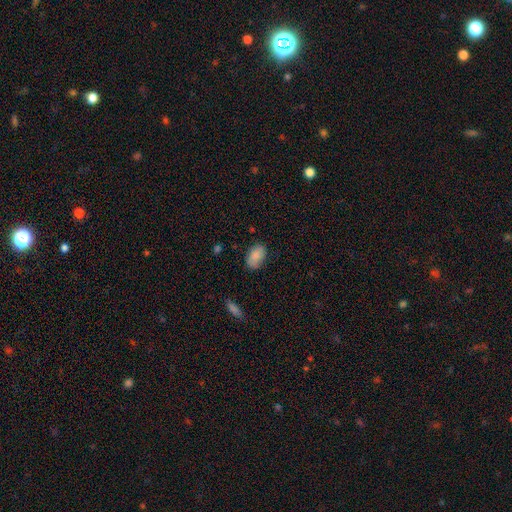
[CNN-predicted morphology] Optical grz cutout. It shows a smooth galaxy with no disk features (86%) that is in between round and cigar-shaped (91%). Merging: none (78%).